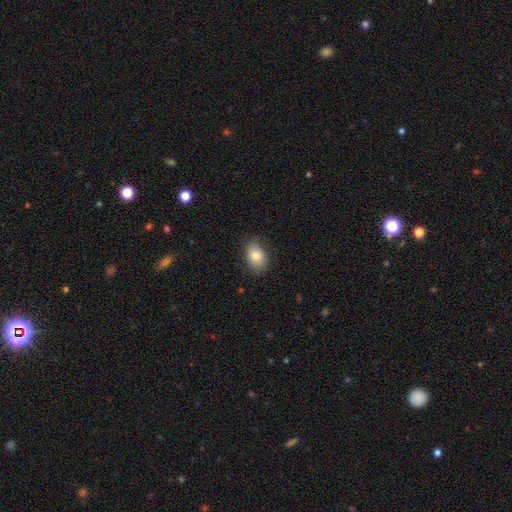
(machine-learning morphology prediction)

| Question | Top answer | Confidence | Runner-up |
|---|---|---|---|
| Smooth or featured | smooth | 82% | featured or disk (10%) |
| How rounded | in between | 86% | round (13%) |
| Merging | none | 83% | minor disturbance (13%) |